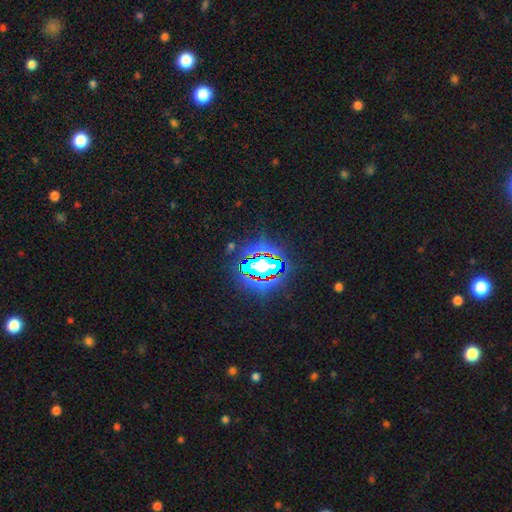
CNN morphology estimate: Smooth or featured? star or artifact (81%)